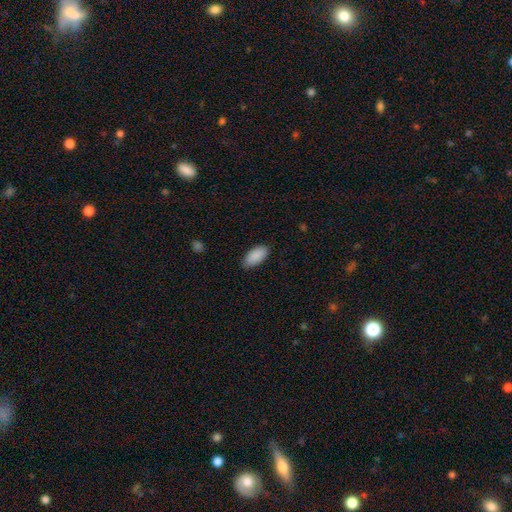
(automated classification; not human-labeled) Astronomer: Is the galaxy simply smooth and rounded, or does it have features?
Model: smooth — 90%.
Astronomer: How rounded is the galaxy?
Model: in between — 94%.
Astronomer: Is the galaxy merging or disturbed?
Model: none — 84%.